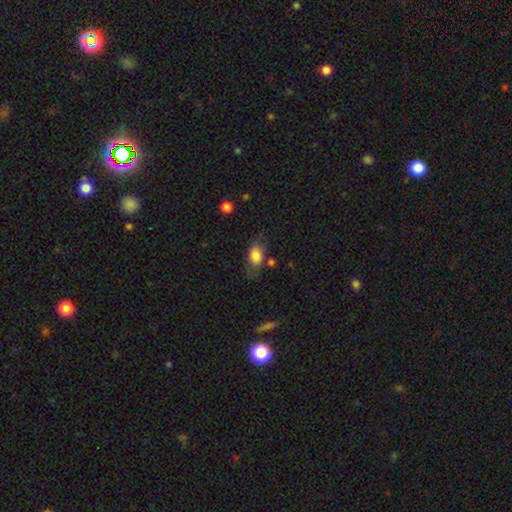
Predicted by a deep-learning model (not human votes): Smooth or featured?
  - smooth: 82% *
  - featured or disk: 9%
  - star or artifact: 8%
How rounded?
  - in between: 83% *
  - round: 15%
  - cigar-shaped: 3%
Merging?
  - none: 59% *
  - minor disturbance: 25%
  - major disturbance: 11%
  - merger: 5%